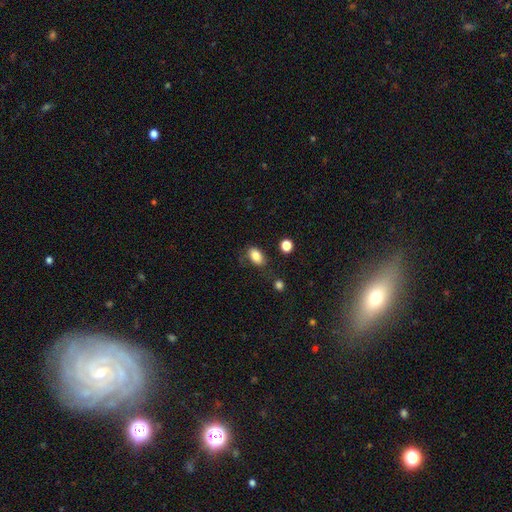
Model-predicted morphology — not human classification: Smooth or featured? Predicted: smooth (p=0.83). How rounded? Predicted: in between (p=0.85). Merging? Predicted: none (p=0.63).